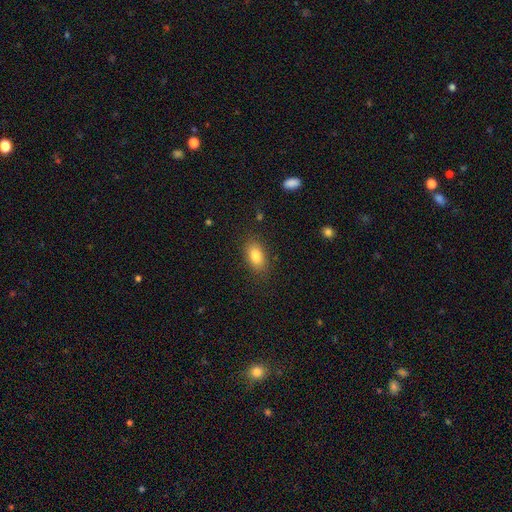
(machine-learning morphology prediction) A smooth galaxy with no disk features (82%) that is in between round and cigar-shaped (87%). Merging: none (84%).